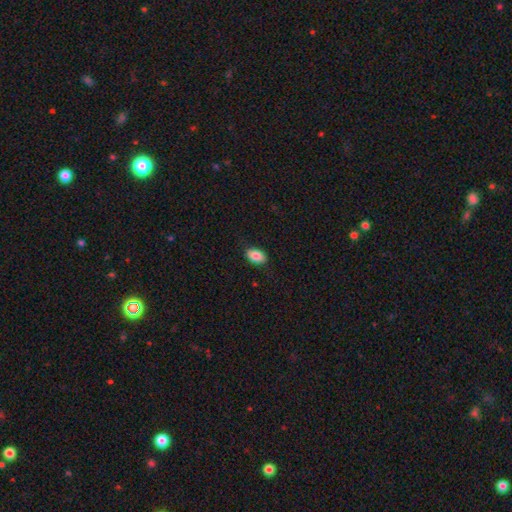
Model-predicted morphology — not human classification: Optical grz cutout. It shows a smooth galaxy with no disk features (86%) that is in between round and cigar-shaped (91%). Merging: none (85%).